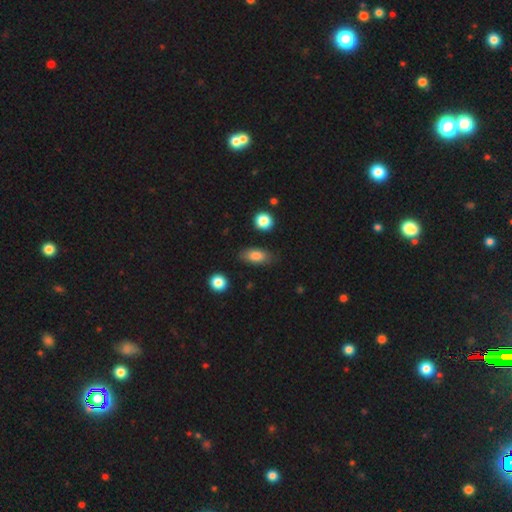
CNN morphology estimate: type=smooth (82%); roundness=in between (84%); merging=none (82%).